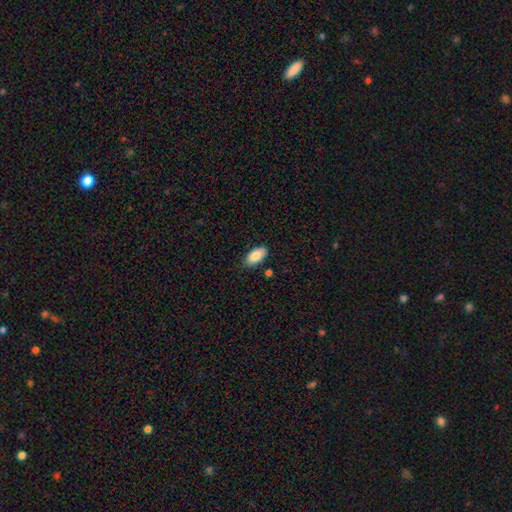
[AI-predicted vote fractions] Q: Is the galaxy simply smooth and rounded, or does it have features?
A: smooth — 85%.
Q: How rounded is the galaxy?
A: in between — 94%.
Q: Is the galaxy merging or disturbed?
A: none — 81%.